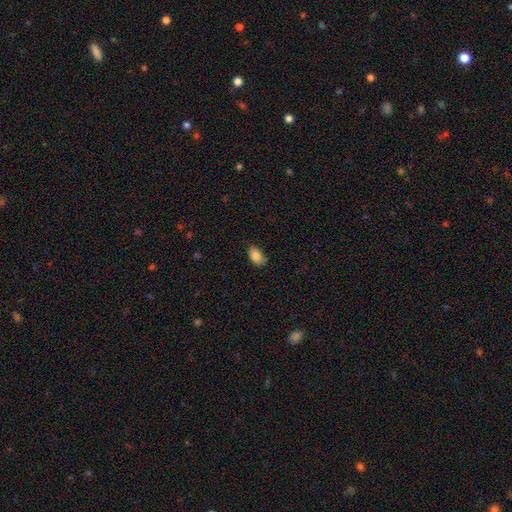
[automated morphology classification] This is clearly a smooth galaxy (85%). How rounded: clearly in between (91%). Merging: likely none (76%).